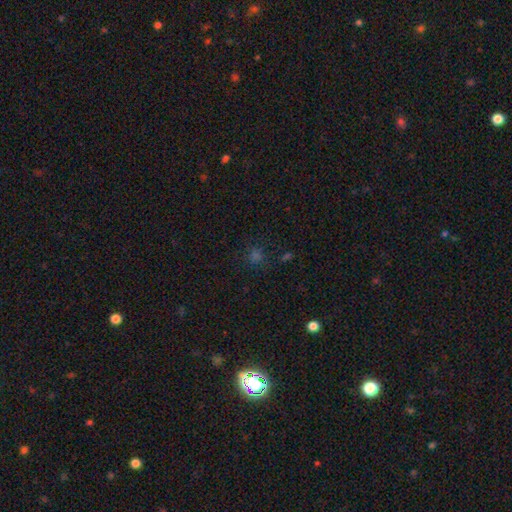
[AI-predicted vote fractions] smooth-or-featured: smooth: 52% | star or artifact: 41% | featured or disk: 6%
  how-rounded: round: 87% | in between: 11% | cigar-shaped: 1%
  merging: none: 82% | minor disturbance: 10% | major disturbance: 5% | merger: 3%